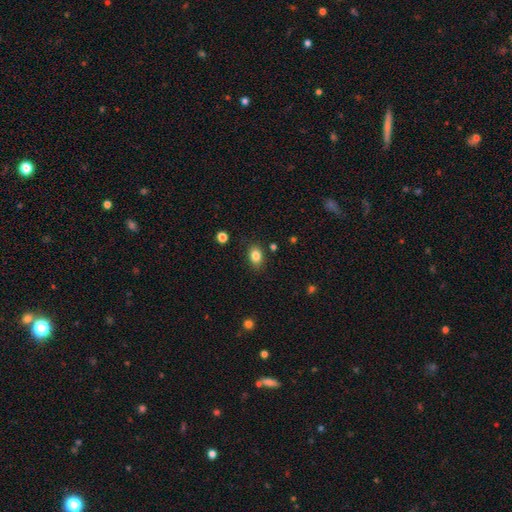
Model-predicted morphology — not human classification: This appears to be a smooth galaxy with no disk features (84%) that is in between round and cigar-shaped (75%). Merging: none (84%).